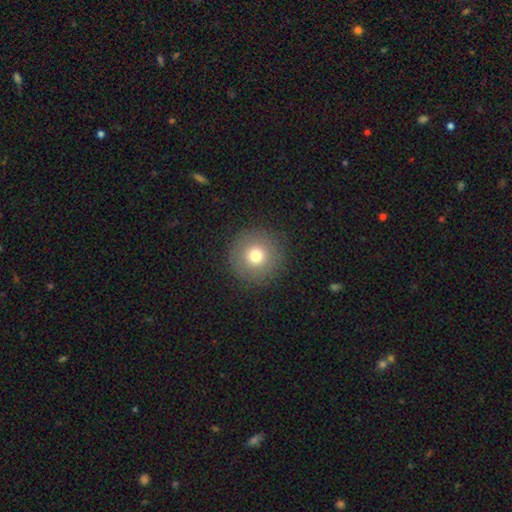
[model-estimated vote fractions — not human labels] Smooth or featured? Predicted: smooth (p=0.74). How rounded? Predicted: round (p=0.96). Merging? Predicted: none (p=0.90).